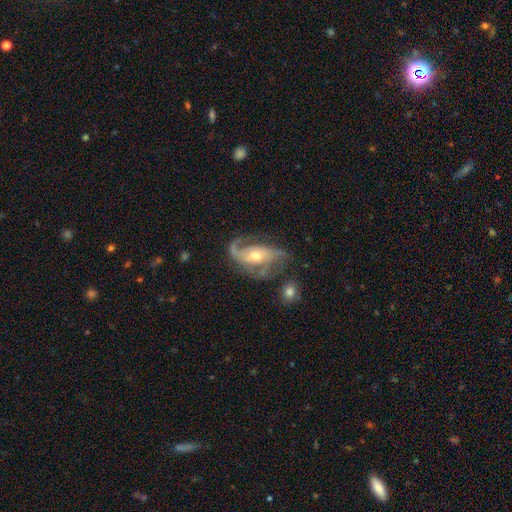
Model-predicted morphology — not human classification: Q: Smooth or featured?
A: featured or disk (86%); runner-up: smooth (8%)
Q: Edge-on disk?
A: no (96%); runner-up: yes (4%)
Q: Bar?
A: no (50%); runner-up: weak (34%)
Q: Spiral arms?
A: yes (95%); runner-up: no (5%)
Q: Spiral winding?
A: medium (42%); runner-up: loose (41%)
Q: Spiral arm count?
A: 2 (65%); runner-up: 1 (13%)
Q: Bulge size?
A: moderate (59%); runner-up: small (35%)
Q: Merging?
A: none (53%); runner-up: minor disturbance (21%)